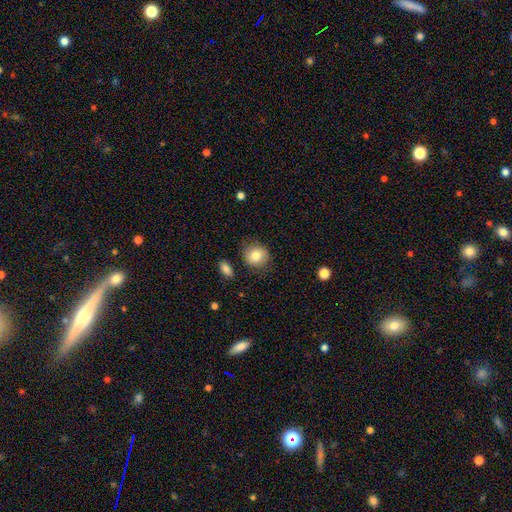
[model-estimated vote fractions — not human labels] A smooth galaxy with no disk features (80%) that is round (76%).

Vote fractions:
- Smooth or featured? smooth: 80% / featured or disk: 12% / star or artifact: 8%
- How rounded? round: 76% / in between: 23% / cigar-shaped: 1%
- Merging? none: 80% / minor disturbance: 14% / major disturbance: 4% / merger: 2%